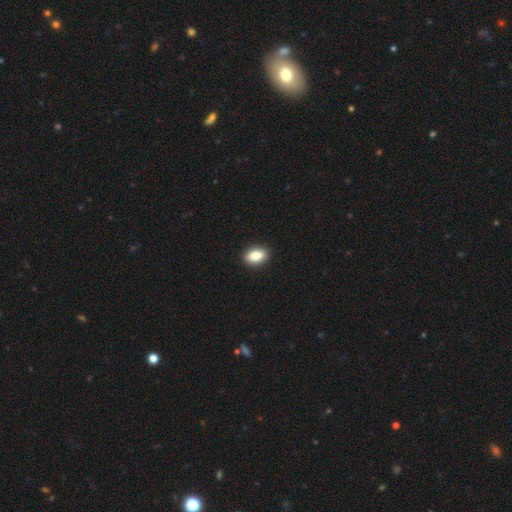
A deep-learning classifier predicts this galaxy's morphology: Overall: smooth (85%). How rounded: in between (85%). Merging: none (91%).